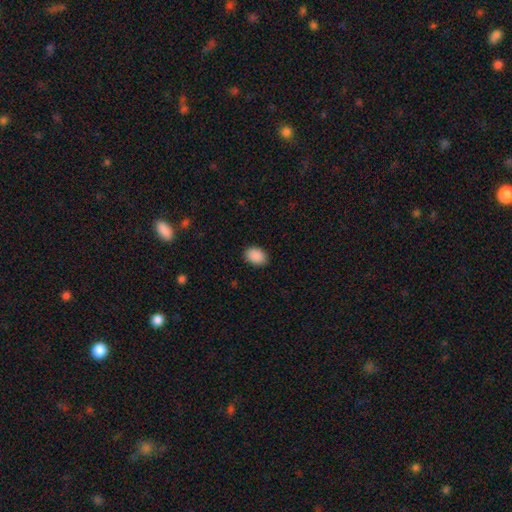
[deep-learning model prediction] Smooth or featured? smooth (90%)
How rounded? in between (79%)
Merging? none (88%)